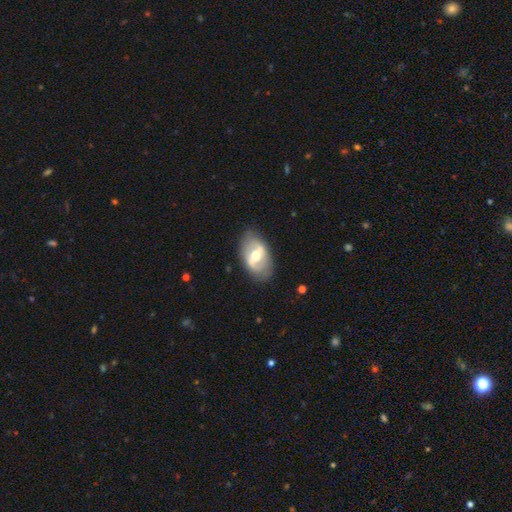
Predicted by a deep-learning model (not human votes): Smooth or featured?
  - featured or disk: 69% *
  - smooth: 26%
  - star or artifact: 5%
Edge-on disk?
  - no: 92% *
  - yes: 8%
Bar?
  - strong: 51% *
  - weak: 36%
  - no: 13%
Spiral arms?
  - no: 55% *
  - yes: 45%
Bulge size?
  - moderate: 72% *
  - large: 14%
  - small: 12%
  - dominant: 1%
  - none: 1%
Merging?
  - none: 80% *
  - minor disturbance: 14%
  - major disturbance: 5%
  - merger: 1%